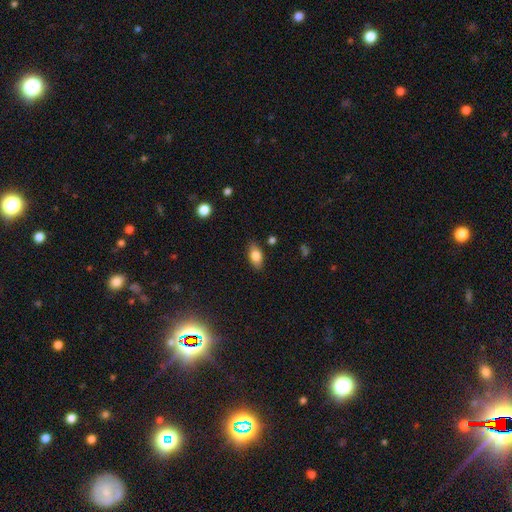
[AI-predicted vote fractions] smooth-or-featured: smooth: 80% | featured or disk: 12% | star or artifact: 8%
  how-rounded: in between: 88% | round: 6% | cigar-shaped: 5%
  merging: none: 85% | minor disturbance: 11% | major disturbance: 3% | merger: 2%